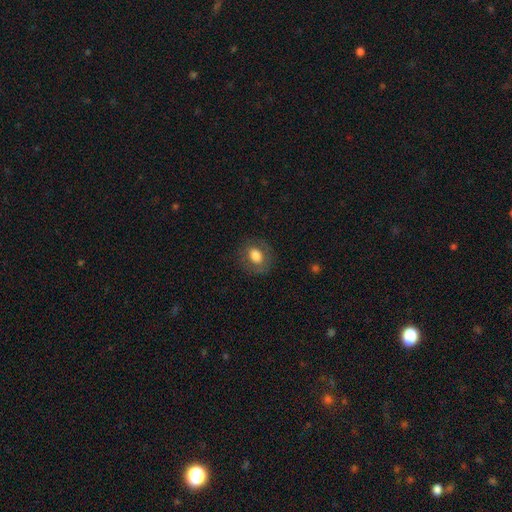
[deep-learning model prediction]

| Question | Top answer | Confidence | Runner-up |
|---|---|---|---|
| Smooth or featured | smooth | 71% | featured or disk (20%) |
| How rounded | round | 52% | in between (47%) |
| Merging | none | 80% | minor disturbance (13%) |